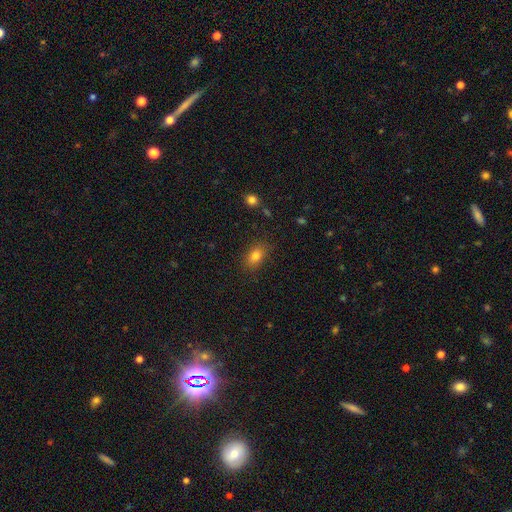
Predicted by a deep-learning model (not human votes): Smooth or featured?
  - smooth: 82% *
  - star or artifact: 10%
  - featured or disk: 8%
How rounded?
  - in between: 82% *
  - round: 15%
  - cigar-shaped: 3%
Merging?
  - none: 83% *
  - minor disturbance: 12%
  - major disturbance: 3%
  - merger: 1%